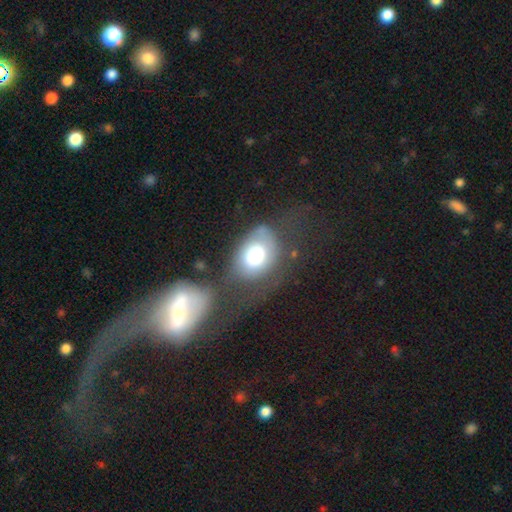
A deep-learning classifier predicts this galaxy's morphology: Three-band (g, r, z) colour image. It shows a smooth galaxy with no disk features (66%) that is in between round and cigar-shaped (73%). Merging: none (38%).